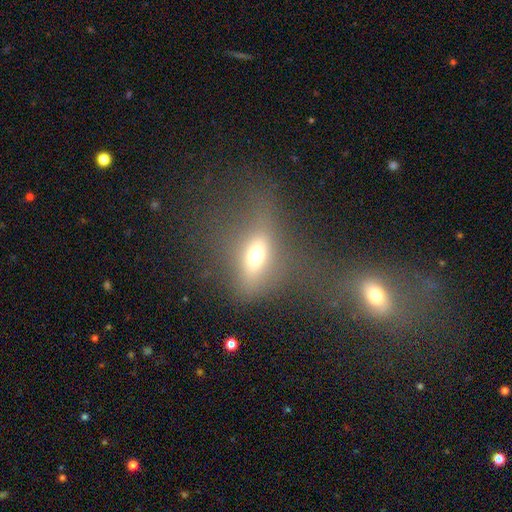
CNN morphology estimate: A smooth galaxy with no disk features (60%) that is in between round and cigar-shaped (65%).

Vote fractions:
- Smooth or featured? smooth: 60% / featured or disk: 24% / star or artifact: 16%
- How rounded? in between: 65% / round: 25% / cigar-shaped: 10%
- Merging? none: 55% / major disturbance: 24% / minor disturbance: 16% / merger: 5%